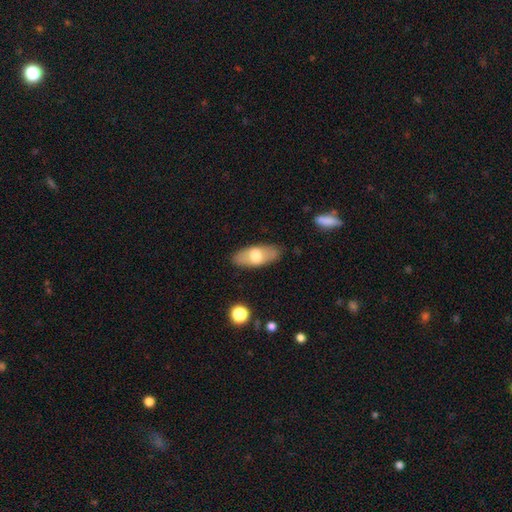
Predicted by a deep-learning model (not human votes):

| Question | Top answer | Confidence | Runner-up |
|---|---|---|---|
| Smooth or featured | smooth | 62% | featured or disk (32%) |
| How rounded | in between | 84% | cigar-shaped (13%) |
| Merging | none | 85% | minor disturbance (11%) |